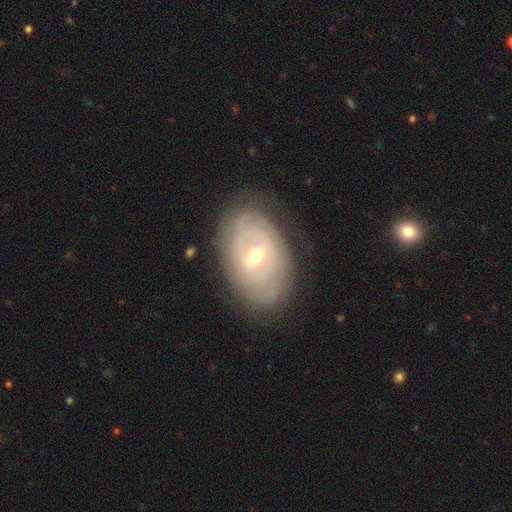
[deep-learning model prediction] featured or disk 74%, smooth 20%, star or artifact 6%. Down the decision tree: edge-on disk — no (94%); bar — weak (47%); spiral arms — yes (68%); bulge size — moderate (59%); merging — none (79%).